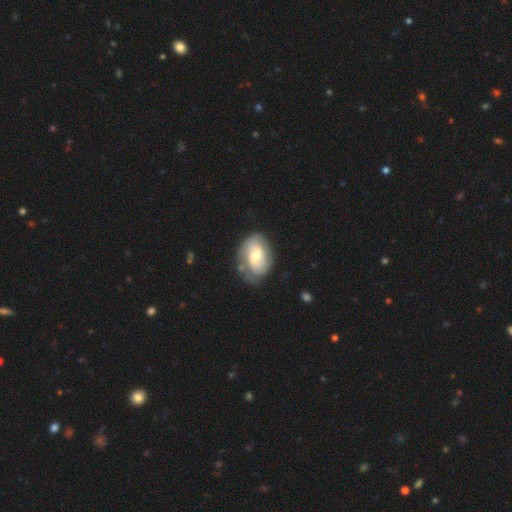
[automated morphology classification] The model was most divided on "bar": no: 49%, weak: 41%, strong: 10%. More confident: edge-on disk — no (96%); spiral arms — yes (79%); smooth or featured — featured or disk (63%); merging — none (61%); bulge size — moderate (58%).